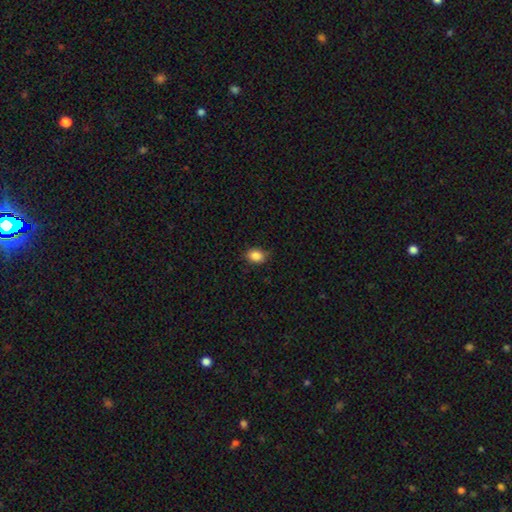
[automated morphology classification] Overall: smooth (88%). How rounded: in between (67%; round 32%). Merging: none (80%).